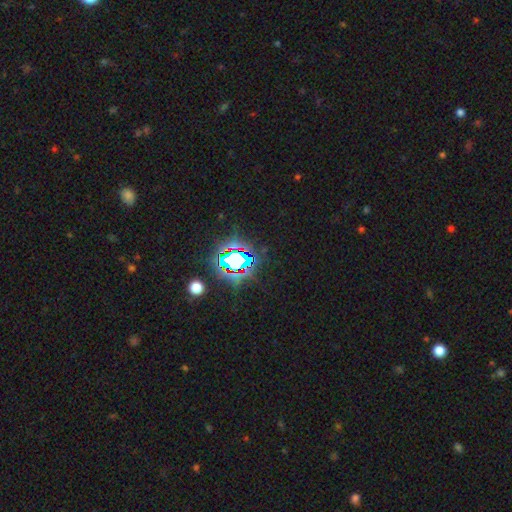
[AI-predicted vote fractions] Morphology: type=star or artifact (79%).